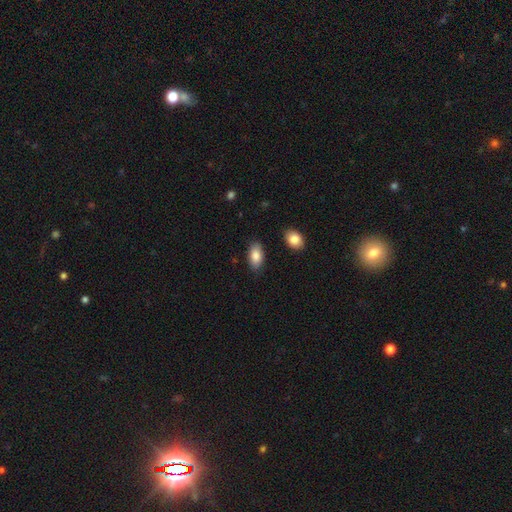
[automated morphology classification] Smooth or featured: smooth — 86% (featured or disk — 7%)
How rounded: in between — 93% (round — 4%)
Merging: none — 85% (minor disturbance — 11%)